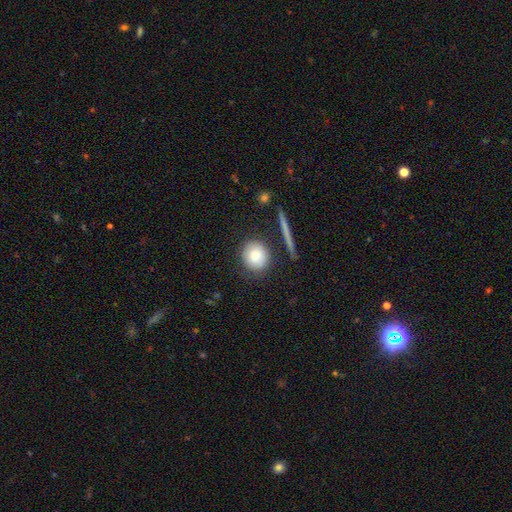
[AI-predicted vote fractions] Q: Smooth or featured?
A: smooth (83%); runner-up: featured or disk (9%)
Q: How rounded?
A: round (82%); runner-up: in between (17%)
Q: Merging?
A: none (80%); runner-up: minor disturbance (12%)